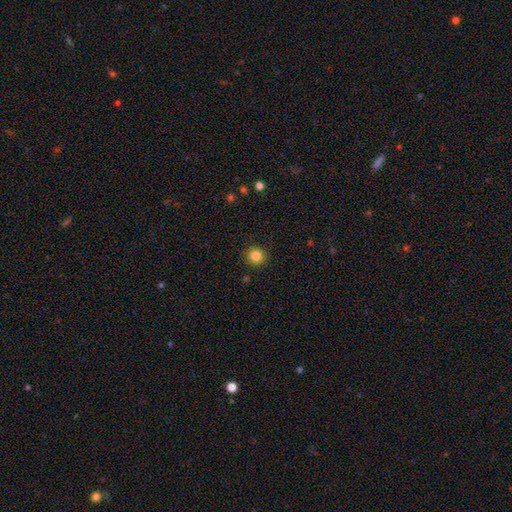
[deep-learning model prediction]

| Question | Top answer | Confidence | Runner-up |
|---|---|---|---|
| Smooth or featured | smooth | 84% | star or artifact (11%) |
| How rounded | round | 91% | in between (8%) |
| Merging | none | 90% | minor disturbance (7%) |